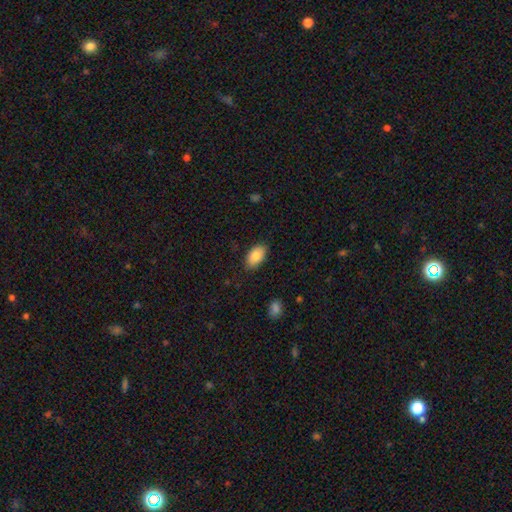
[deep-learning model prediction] Smooth or featured: smooth — 84% (featured or disk — 9%)
How rounded: in between — 94% (round — 5%)
Merging: none — 84% (minor disturbance — 13%)